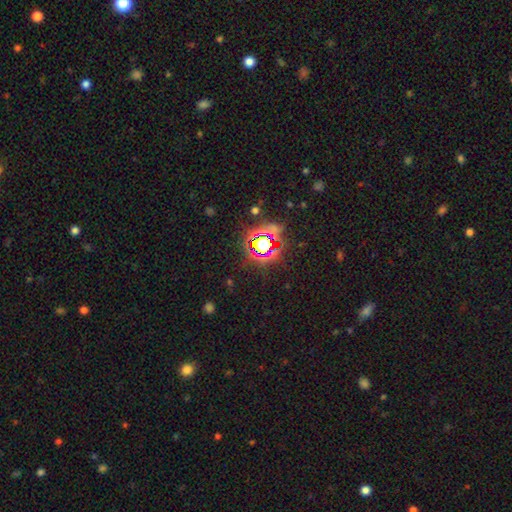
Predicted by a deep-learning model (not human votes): Smooth or featured? star or artifact (72%)